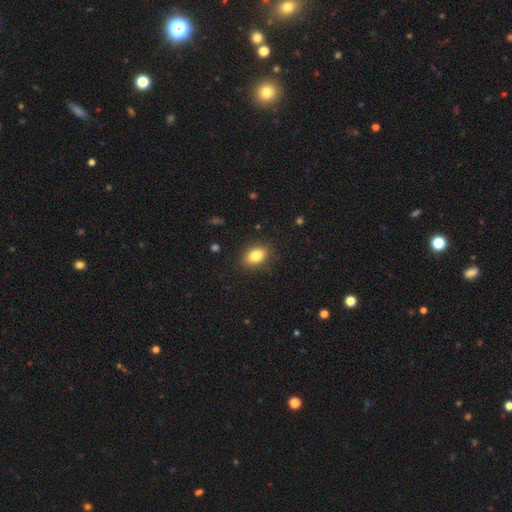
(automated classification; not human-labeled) A smooth galaxy with no disk features (85%) that is in between round and cigar-shaped (82%).

Vote fractions:
- Smooth or featured? smooth: 85% / star or artifact: 9% / featured or disk: 7%
- How rounded? in between: 82% / round: 17% / cigar-shaped: 2%
- Merging? none: 87% / minor disturbance: 9% / major disturbance: 3% / merger: 1%